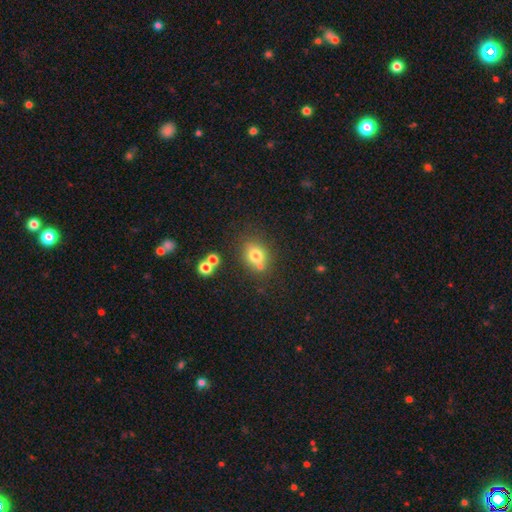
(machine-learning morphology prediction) This appears to be a smooth galaxy with no disk features (73%) that is round (64%). Merging: none (62%).